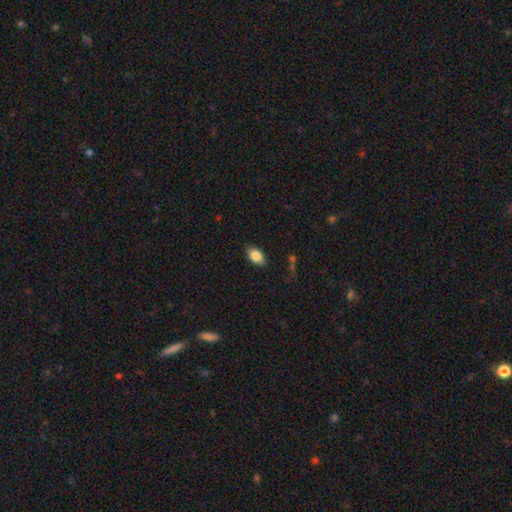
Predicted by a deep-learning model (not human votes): This is clearly a smooth galaxy (85%). How rounded: clearly in between (90%). Merging: clearly none (84%).